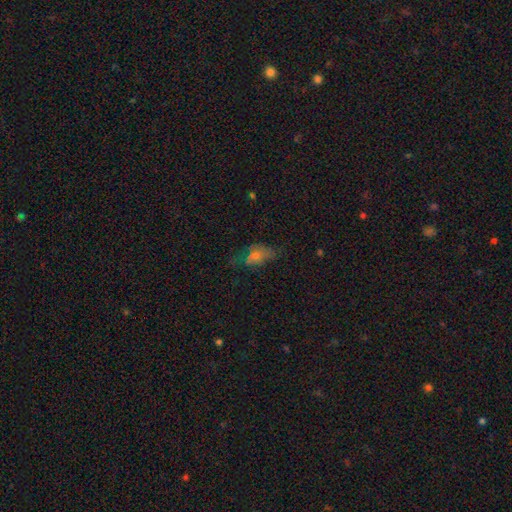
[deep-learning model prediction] A smooth galaxy with no disk features (51%) that is in between round and cigar-shaped (80%). Merging: none (45%).